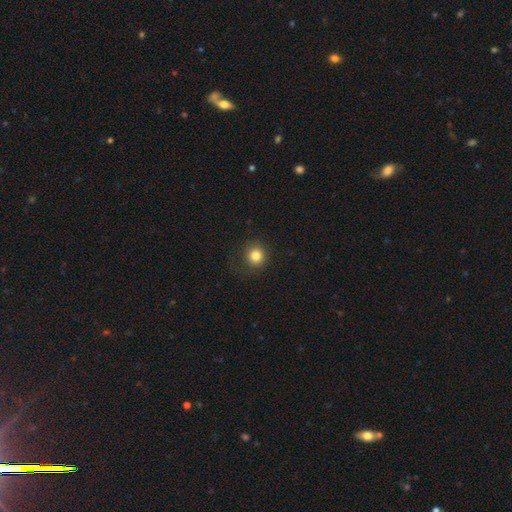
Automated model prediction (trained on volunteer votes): Smooth or featured: smooth — 83% (star or artifact — 12%)
How rounded: round — 91% (in between — 8%)
Merging: none — 84% (minor disturbance — 10%)